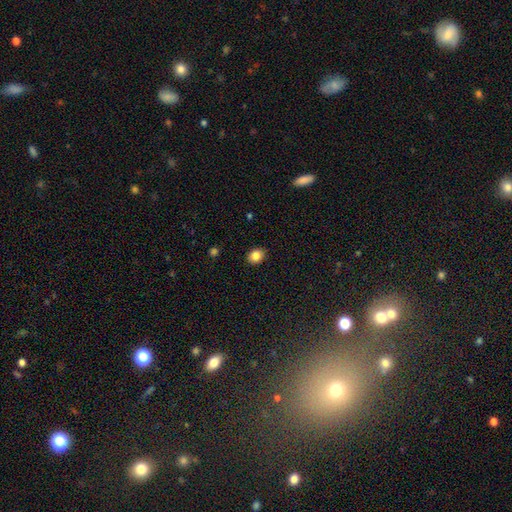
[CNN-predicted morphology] This is clearly a smooth galaxy (85%). How rounded: possibly in between (50%). Merging: clearly none (89%).